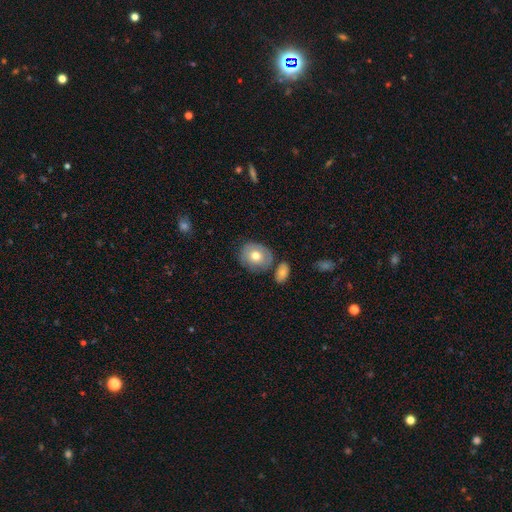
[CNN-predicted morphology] Smooth or featured?
  - smooth: 68% *
  - featured or disk: 25%
  - star or artifact: 7%
How rounded?
  - round: 67% *
  - in between: 32%
  - cigar-shaped: 1%
Merging?
  - none: 70% *
  - minor disturbance: 16%
  - merger: 10%
  - major disturbance: 4%